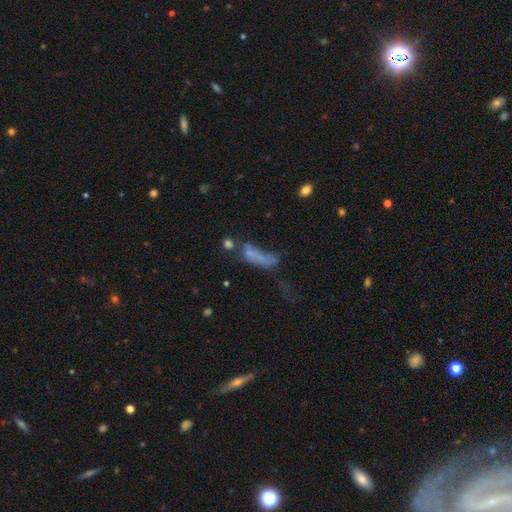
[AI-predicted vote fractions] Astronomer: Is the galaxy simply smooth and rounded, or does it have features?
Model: smooth — 51% (runner-up: featured or disk, 29%).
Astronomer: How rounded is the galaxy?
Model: in between — 50% (runner-up: cigar-shaped, 45%).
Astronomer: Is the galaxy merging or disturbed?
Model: major disturbance — 34% (runner-up: merger, 28%).